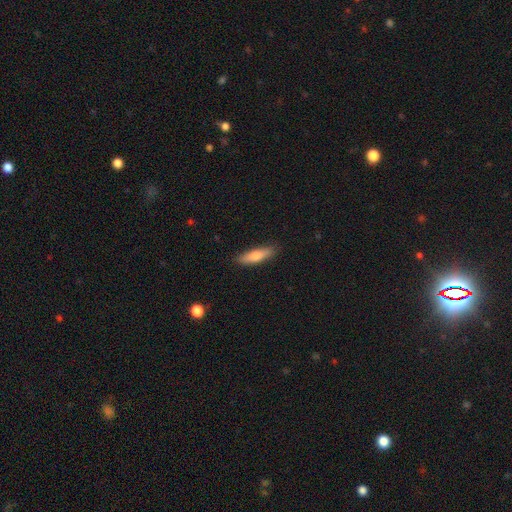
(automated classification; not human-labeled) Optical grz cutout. It shows a smooth galaxy with no disk features (68%) that is cigar-shaped (68%). Merging: none (88%).